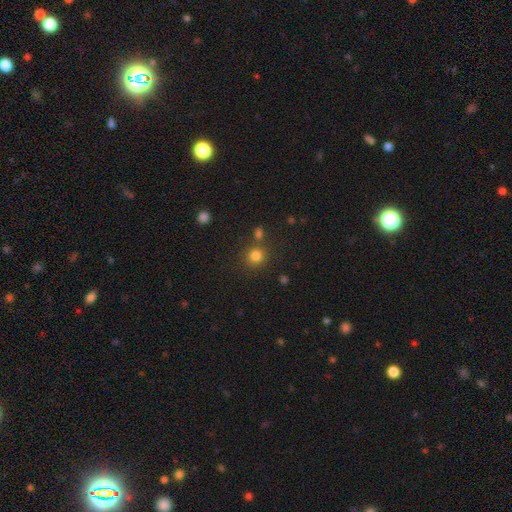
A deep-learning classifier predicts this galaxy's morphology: A smooth galaxy with no disk features (81%) that is round (88%). Merging: none (76%).